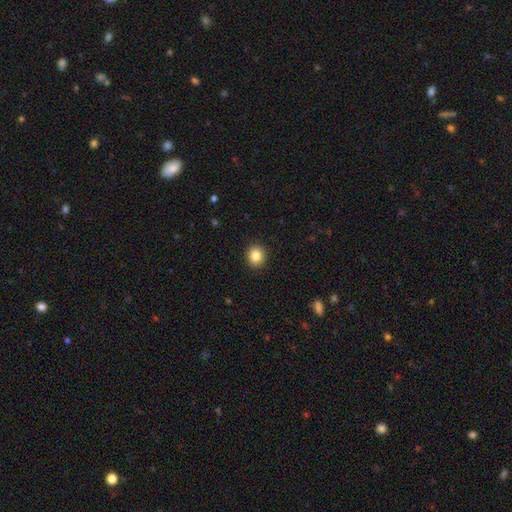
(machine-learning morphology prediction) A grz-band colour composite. It shows a smooth galaxy with no disk features (84%) that is round (82%). Merging: none (92%).